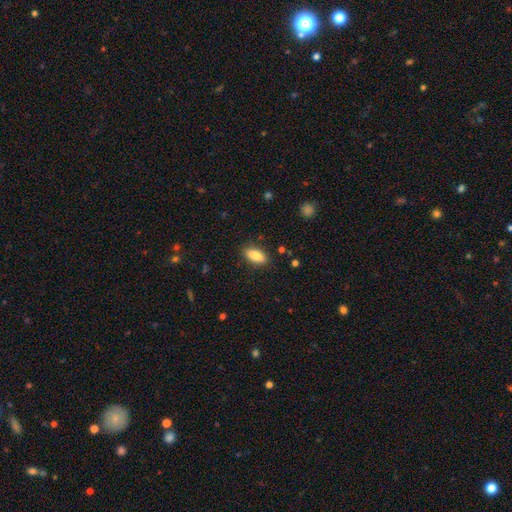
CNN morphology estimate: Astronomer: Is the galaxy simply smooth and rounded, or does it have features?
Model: smooth — 87%.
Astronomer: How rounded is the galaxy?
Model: in between — 84%.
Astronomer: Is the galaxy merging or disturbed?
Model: none — 86%.